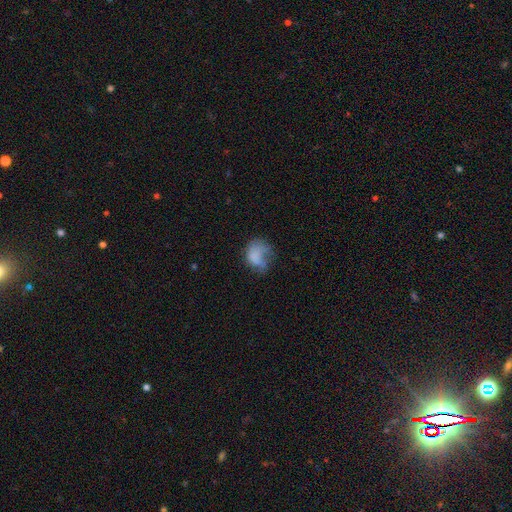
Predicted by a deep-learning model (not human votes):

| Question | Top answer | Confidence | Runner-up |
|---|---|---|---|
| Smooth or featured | smooth | 66% | featured or disk (24%) |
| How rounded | in between | 60% | round (39%) |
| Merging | major disturbance | 39% | none (30%) |